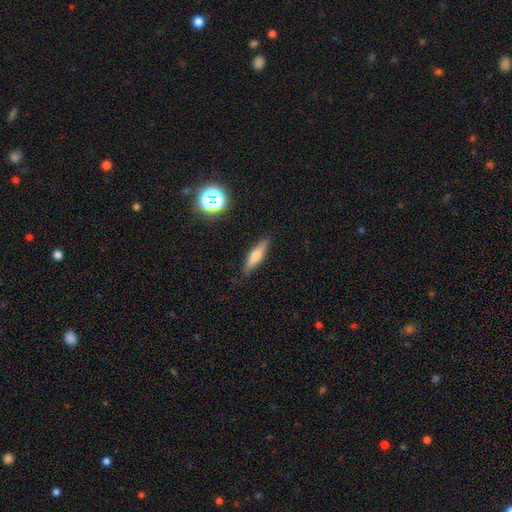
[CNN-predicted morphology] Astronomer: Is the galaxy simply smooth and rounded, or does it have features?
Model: smooth — 61%.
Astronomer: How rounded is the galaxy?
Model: cigar-shaped — 72%.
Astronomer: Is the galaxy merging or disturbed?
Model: none — 85%.